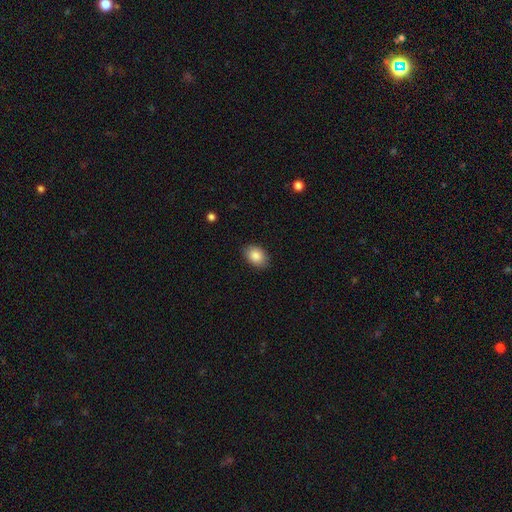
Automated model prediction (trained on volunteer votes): A smooth galaxy with no disk features (87%) that is in between round and cigar-shaped (81%). Merging: none (85%).